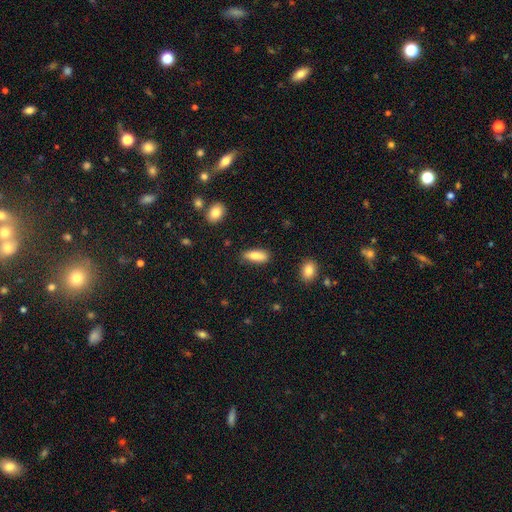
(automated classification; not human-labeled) Q: Smooth or featured?
A: smooth (80%); runner-up: featured or disk (13%)
Q: How rounded?
A: in between (67%); runner-up: cigar-shaped (30%)
Q: Merging?
A: none (78%); runner-up: minor disturbance (16%)